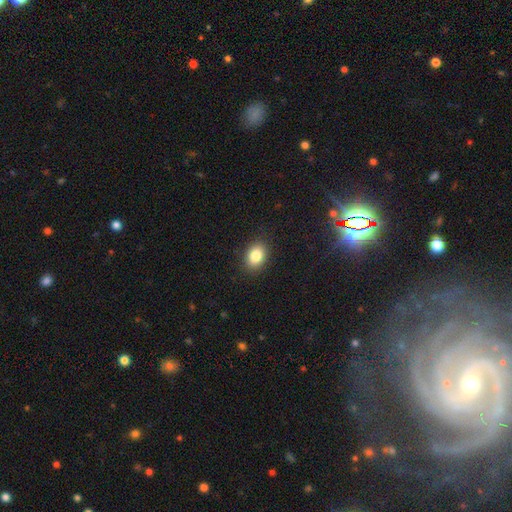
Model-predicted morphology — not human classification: The model was most divided on "how rounded": in between: 70%, round: 29%, cigar-shaped: 1%. More confident: merging — none (89%); smooth or featured — smooth (84%).